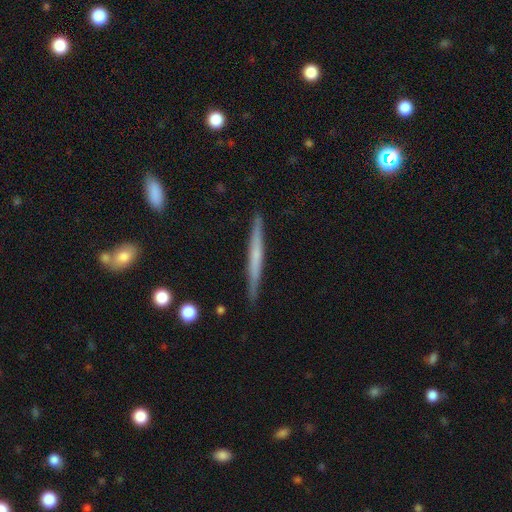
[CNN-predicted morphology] Smooth or featured: featured or disk — 52% (smooth — 43%)
Edge-on disk: yes — 97% (no — 3%)
Edge-on bulge: none — 73% (rounded — 20%)
Merging: none — 89% (minor disturbance — 8%)